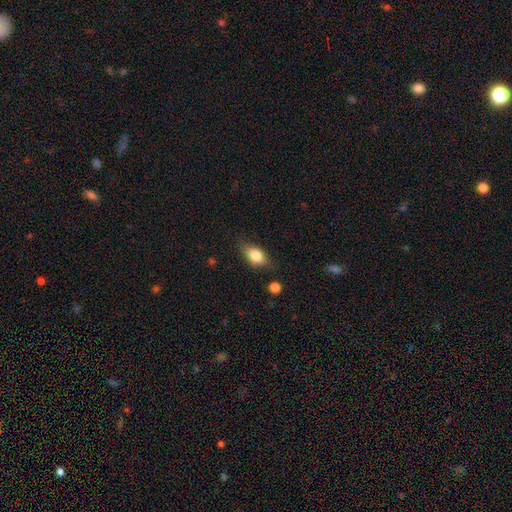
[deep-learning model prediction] A smooth galaxy with no disk features (77%) that is in between round and cigar-shaped (81%).

Vote fractions:
- Smooth or featured? smooth: 77% / featured or disk: 15% / star or artifact: 8%
- How rounded? in between: 81% / round: 12% / cigar-shaped: 6%
- Merging? none: 71% / minor disturbance: 21% / major disturbance: 5% / merger: 2%